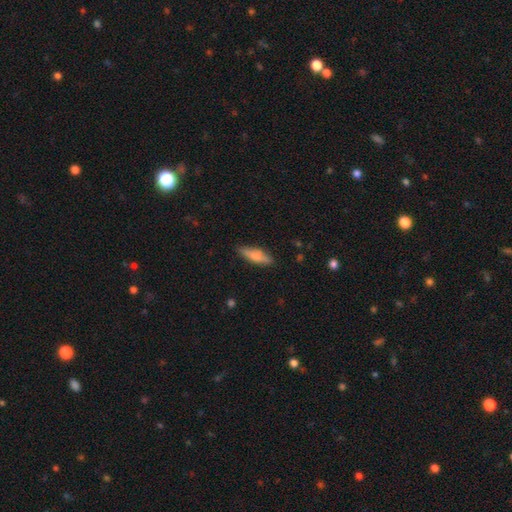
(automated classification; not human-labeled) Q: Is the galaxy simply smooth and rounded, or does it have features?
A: smooth — 70%.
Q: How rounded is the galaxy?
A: cigar-shaped — 56%.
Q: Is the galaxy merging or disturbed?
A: none — 84%.